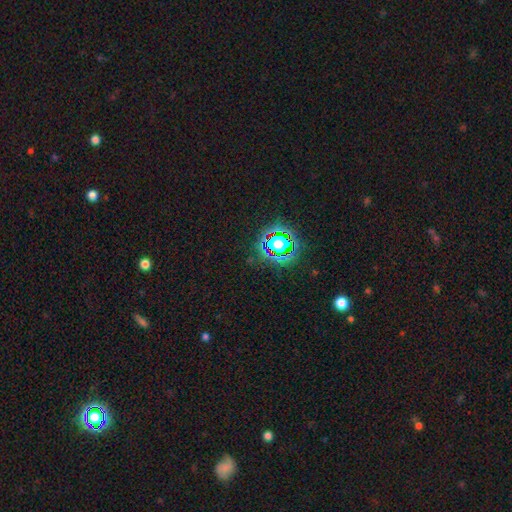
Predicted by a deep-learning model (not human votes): This appears to be a star or artifact, not a galaxy (80%).